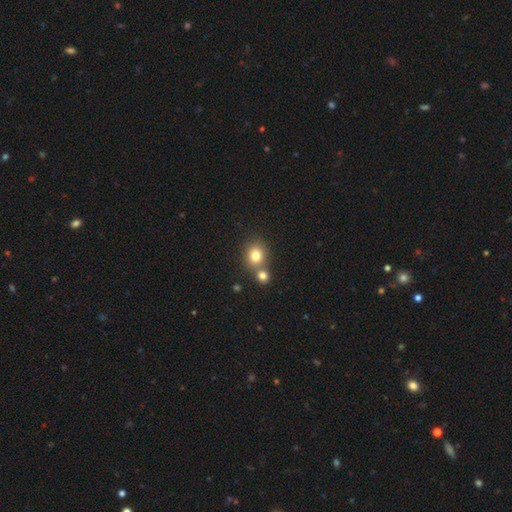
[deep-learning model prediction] Q: Smooth or featured?
A: smooth (79%); runner-up: star or artifact (13%)
Q: How rounded?
A: round (79%); runner-up: in between (21%)
Q: Merging?
A: none (59%); runner-up: merger (31%)